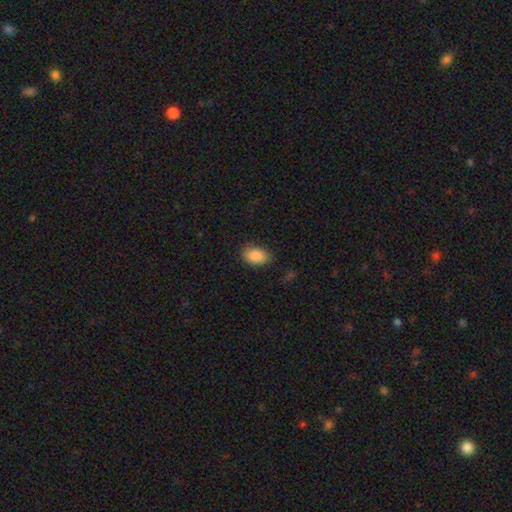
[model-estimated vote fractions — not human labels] The model was most divided on "merging": none: 81%, minor disturbance: 14%, major disturbance: 4%, merger: 1%. More confident: smooth or featured — smooth (89%); how rounded — in between (89%).